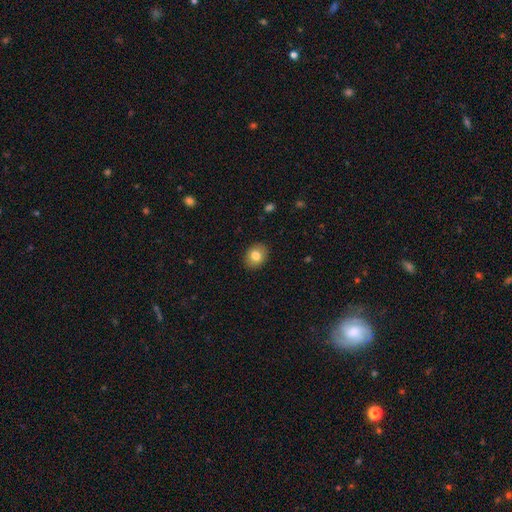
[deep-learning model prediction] Smooth or featured? Predicted: smooth (p=0.81). How rounded? Predicted: round (p=0.53). Merging? Predicted: none (p=0.90).